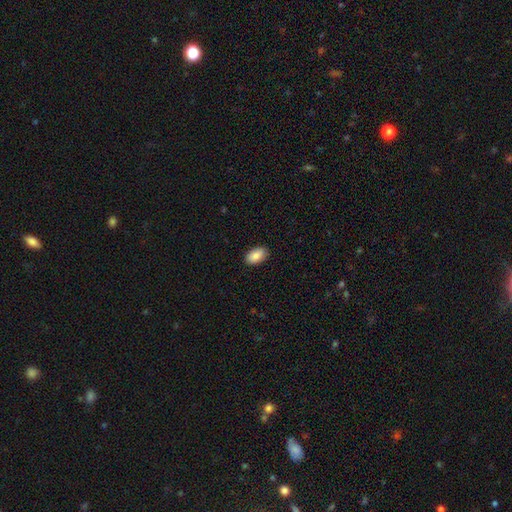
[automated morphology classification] smooth 87%, star or artifact 7%, featured or disk 7%. Down the decision tree: how rounded — in between (94%); merging — none (89%).